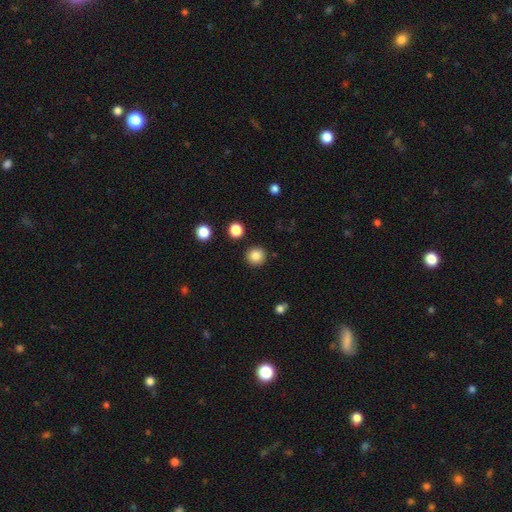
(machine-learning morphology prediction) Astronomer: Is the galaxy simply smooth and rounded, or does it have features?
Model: smooth — 85%.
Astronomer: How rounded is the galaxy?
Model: round — 94%.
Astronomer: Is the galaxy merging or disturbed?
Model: none — 91%.